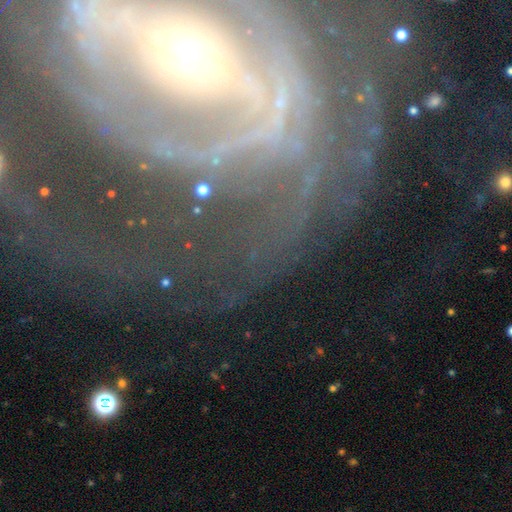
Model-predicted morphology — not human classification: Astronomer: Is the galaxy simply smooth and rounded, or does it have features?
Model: featured or disk — 84%.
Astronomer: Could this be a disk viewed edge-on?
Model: no — 95%.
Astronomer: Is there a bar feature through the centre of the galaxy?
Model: strong — 45% (runner-up: no, 30%).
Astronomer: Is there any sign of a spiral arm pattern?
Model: yes — 85%.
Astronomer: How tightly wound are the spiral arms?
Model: tight — 56%.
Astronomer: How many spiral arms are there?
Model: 2 — 31% (runner-up: can't tell, 29%).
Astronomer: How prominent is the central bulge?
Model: small — 62%.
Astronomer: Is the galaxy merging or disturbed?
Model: none — 61%.